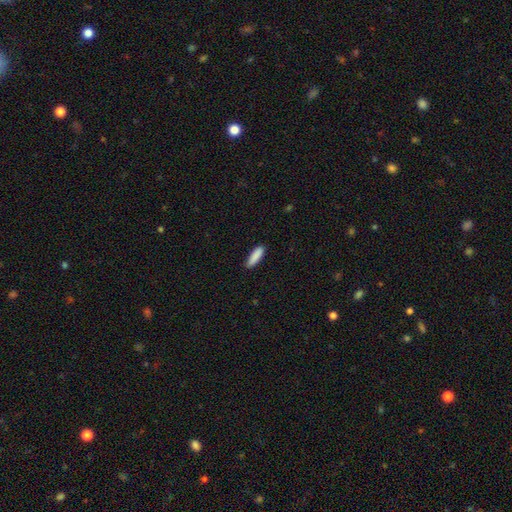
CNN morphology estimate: A smooth galaxy with no disk features (89%) that is cigar-shaped (69%). Merging: none (87%).